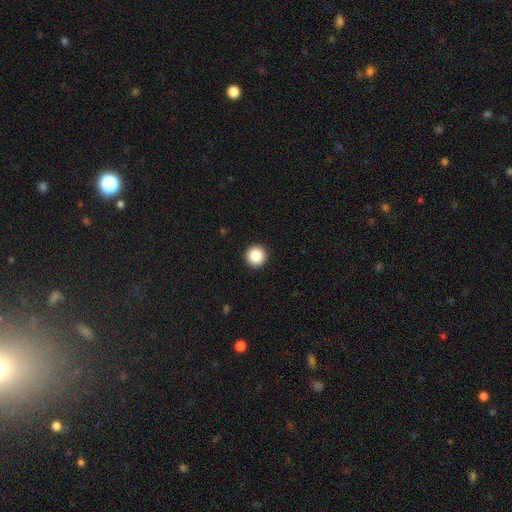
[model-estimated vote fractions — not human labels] A smooth galaxy with no disk features (87%) that is round (96%). Merging: none (94%).